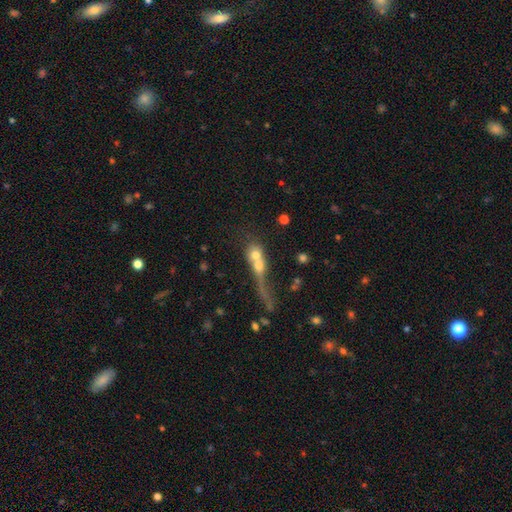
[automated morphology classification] This is possibly a smooth galaxy (58%). How rounded: possibly round (55%). Merging: likely merger (69%).